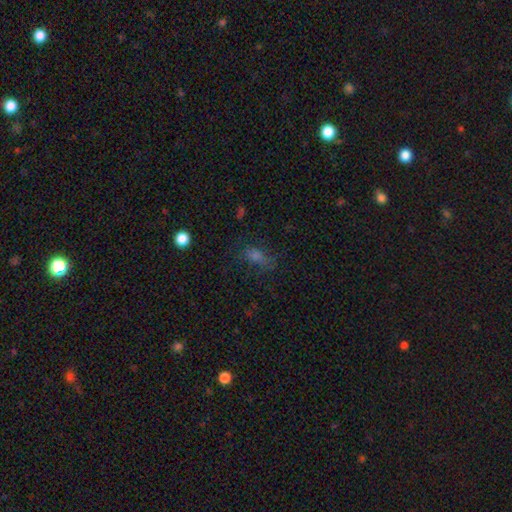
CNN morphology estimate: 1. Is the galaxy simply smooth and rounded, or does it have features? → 58% smooth, 27% star or artifact, 15% featured or disk.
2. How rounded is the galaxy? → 70% in between, 15% round, 14% cigar-shaped.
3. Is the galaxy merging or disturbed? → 61% none, 21% minor disturbance, 15% major disturbance, 3% merger.